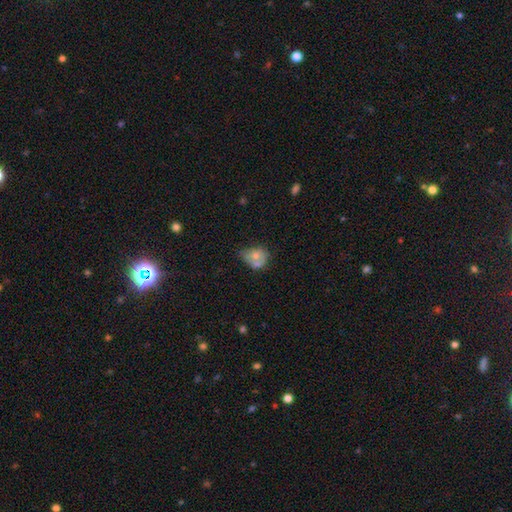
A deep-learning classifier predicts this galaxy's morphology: smooth_or_featured: smooth (p=0.63) [alt: featured or disk p=0.28]
how_rounded: round (p=0.50) [alt: in between p=0.49]
merging: merger (p=0.32) [alt: none p=0.29]